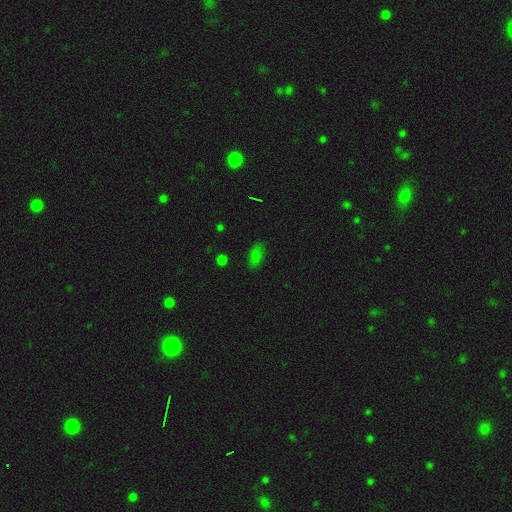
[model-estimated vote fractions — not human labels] smooth-or-featured: smooth: 77% | star or artifact: 17% | featured or disk: 6%
  how-rounded: in between: 87% | cigar-shaped: 8% | round: 5%
  merging: none: 80% | minor disturbance: 15% | major disturbance: 4% | merger: 2%